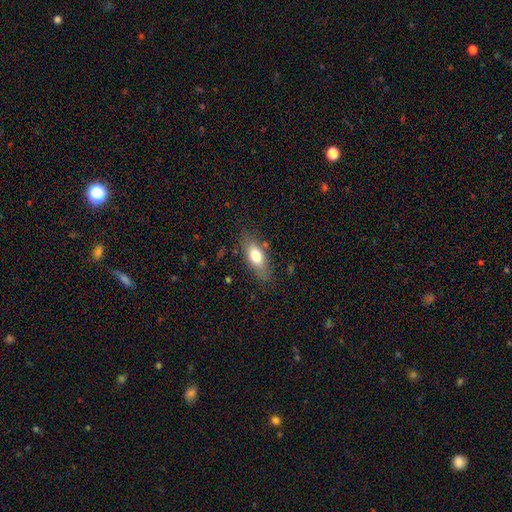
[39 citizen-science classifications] Smooth or featured? smooth (72%)
How rounded? in between (64%)
Merging? none (70%)